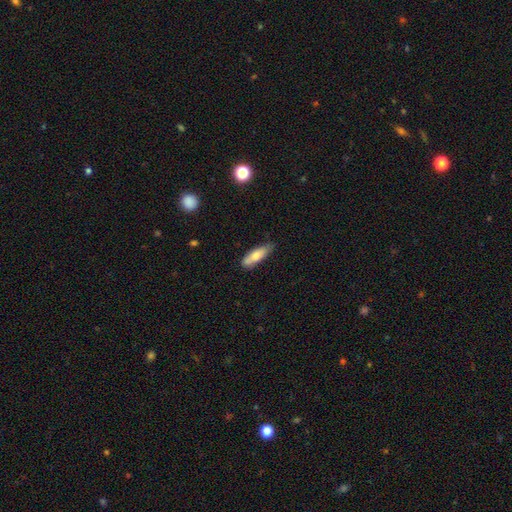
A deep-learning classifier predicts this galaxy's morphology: A smooth galaxy with no disk features (73%) that is cigar-shaped (51%).

Vote fractions:
- Smooth or featured? smooth: 73% / featured or disk: 20% / star or artifact: 6%
- How rounded? cigar-shaped: 51% / in between: 47% / round: 2%
- Merging? none: 68% / minor disturbance: 25% / major disturbance: 4% / merger: 3%